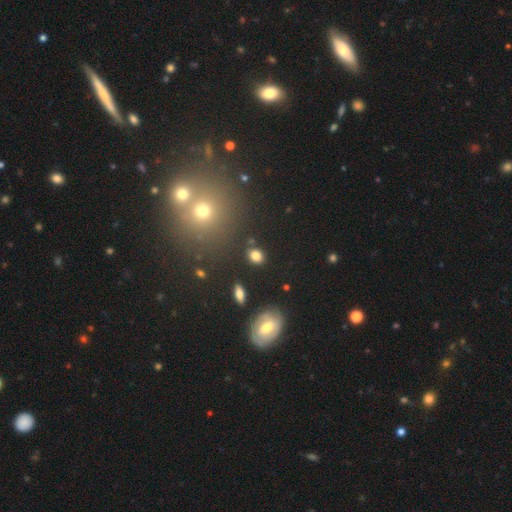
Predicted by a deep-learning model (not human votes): Smooth or featured: smooth — 80% (star or artifact — 12%)
How rounded: in between — 50% (round — 48%)
Merging: none — 82% (minor disturbance — 10%)